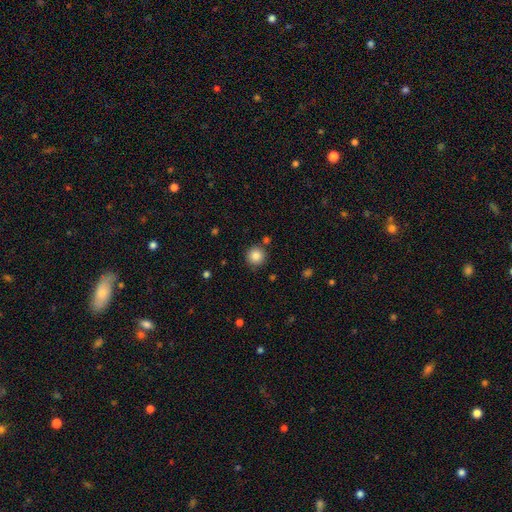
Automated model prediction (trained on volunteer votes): smooth_or_featured: smooth (p=0.85) [alt: star or artifact p=0.10]
how_rounded: round (p=0.95) [alt: in between p=0.04]
merging: none (p=0.85) [alt: minor disturbance p=0.08]